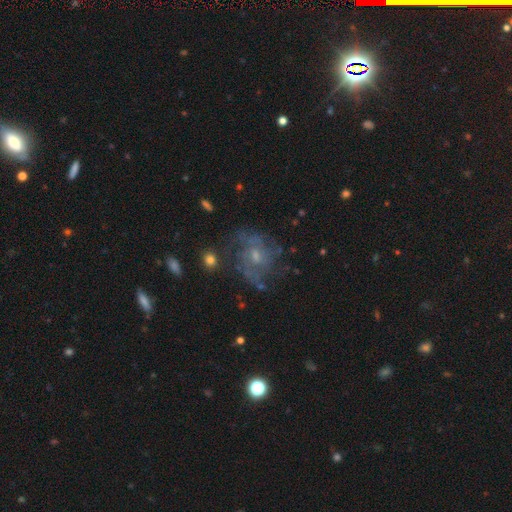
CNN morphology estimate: A featured or disk galaxy (70%) with no bar (67%), medium (45%) spiral arms (77%) and a small central bulge (50%). Merging: none (62%).